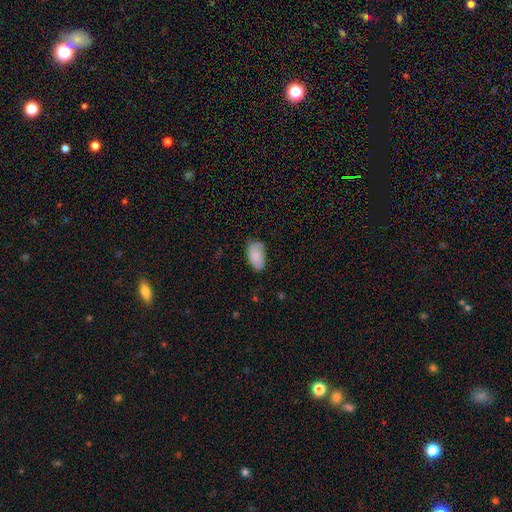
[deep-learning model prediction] The model was most divided on "merging": none: 65%, minor disturbance: 27%, major disturbance: 6%, merger: 2%. More confident: how rounded — in between (94%); smooth or featured — smooth (82%).